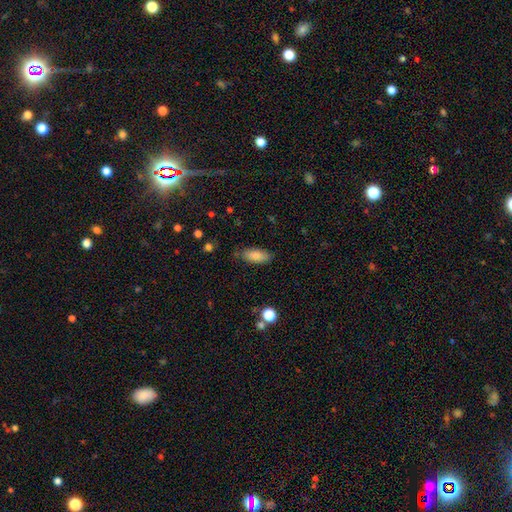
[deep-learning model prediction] Morphology: type=smooth (83%); roundness=in between (82%); merging=none (81%).